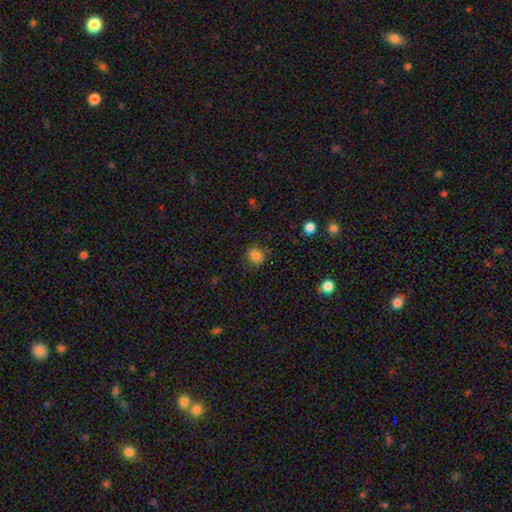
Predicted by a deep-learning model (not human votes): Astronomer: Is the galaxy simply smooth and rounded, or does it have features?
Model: smooth — 81%.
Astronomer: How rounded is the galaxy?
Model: round — 85%.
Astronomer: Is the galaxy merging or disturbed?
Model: none — 80%.